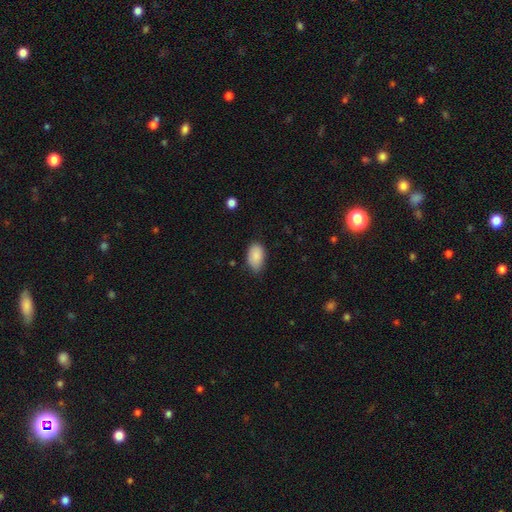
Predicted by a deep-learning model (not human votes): A smooth galaxy with no disk features (88%) that is in between round and cigar-shaped (93%).

Vote fractions:
- Smooth or featured? smooth: 88% / star or artifact: 7% / featured or disk: 5%
- How rounded? in between: 93% / round: 6% / cigar-shaped: 2%
- Merging? none: 71% / minor disturbance: 24% / major disturbance: 4% / merger: 1%